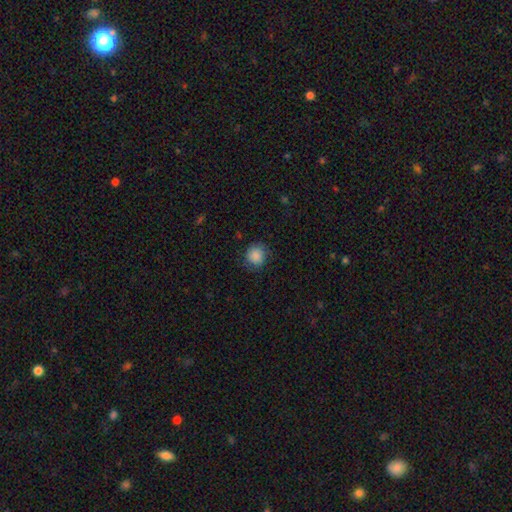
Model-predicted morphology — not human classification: This appears to be a smooth galaxy with no disk features (86%) that is round (88%). Merging: none (78%).